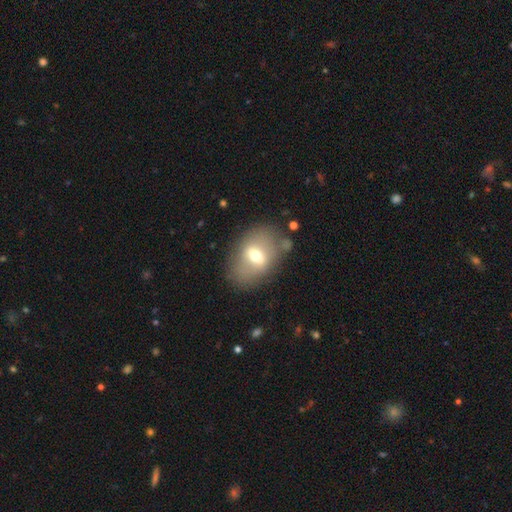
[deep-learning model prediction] smooth_or_featured: smooth (p=0.50) [alt: featured or disk p=0.41]
merging: none (p=0.73) [alt: minor disturbance p=0.15]